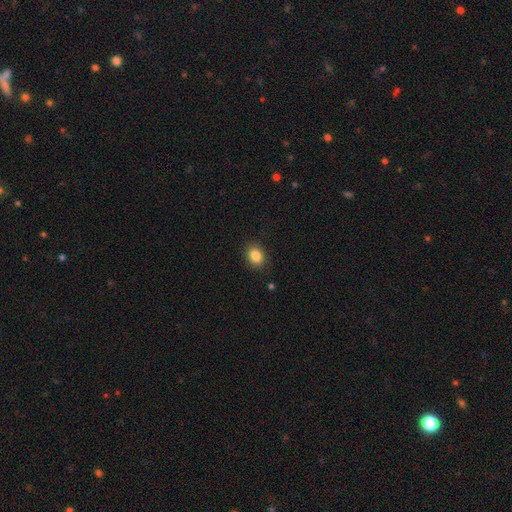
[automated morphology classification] type=smooth (86%); roundness=in between (62%); merging=none (89%).